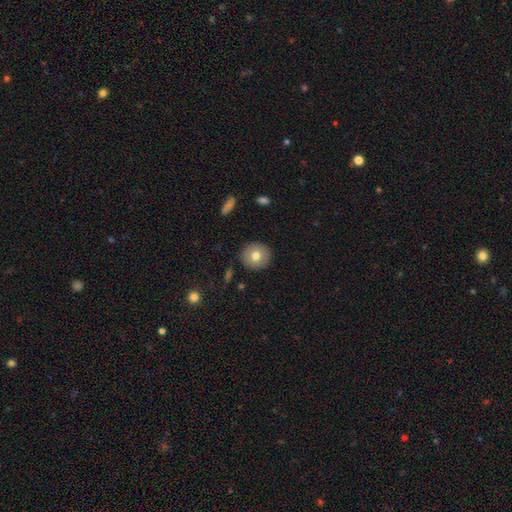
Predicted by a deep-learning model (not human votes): Smooth or featured: smooth — 75% (featured or disk — 17%)
How rounded: round — 92% (in between — 7%)
Merging: none — 91% (minor disturbance — 6%)